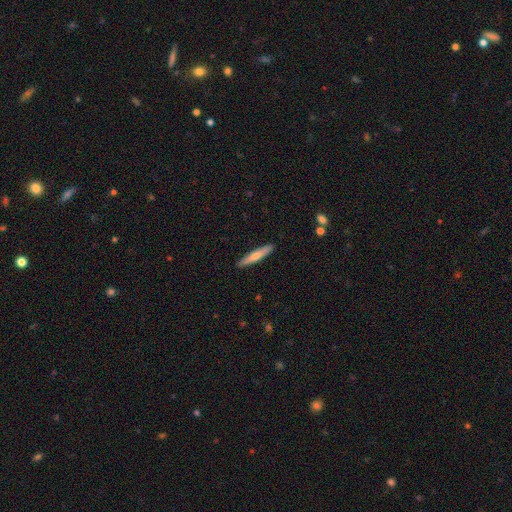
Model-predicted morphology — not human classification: Smooth or featured? Predicted: smooth (p=0.64). How rounded? Predicted: cigar-shaped (p=0.92). Merging? Predicted: none (p=0.91).